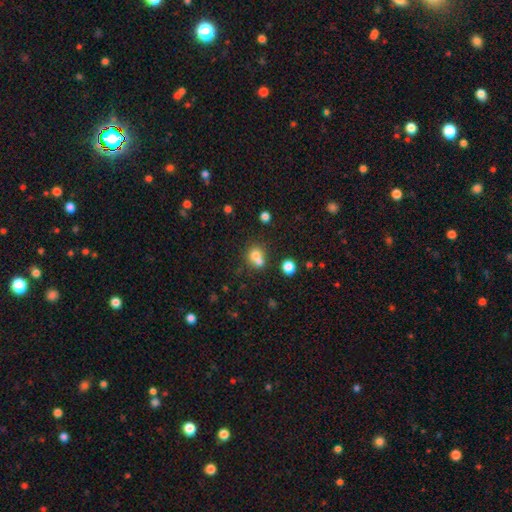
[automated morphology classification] Smooth or featured? smooth (72%)
How rounded? round (77%)
Merging? merger (53%)